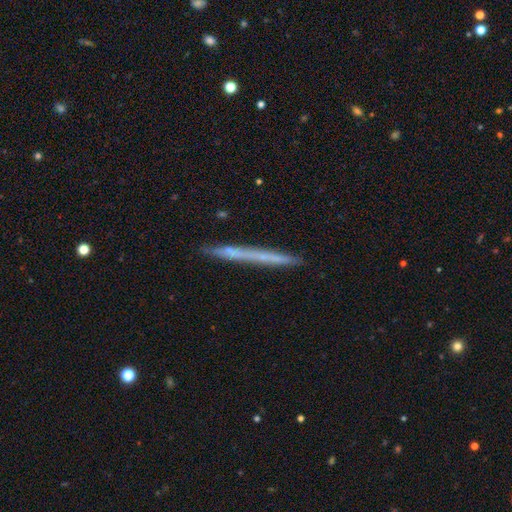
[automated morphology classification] Overall: smooth (47%; featured or disk 46%). Merging: none (89%).